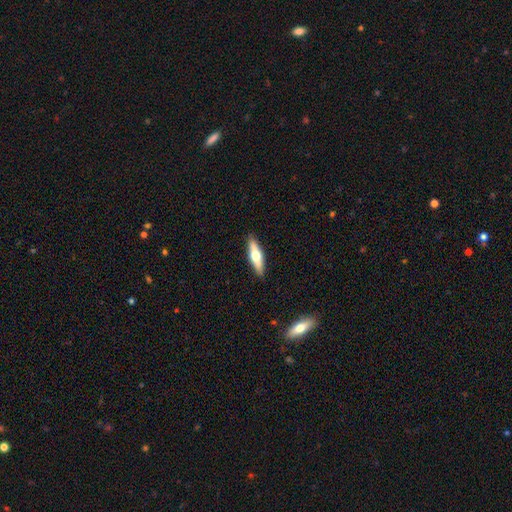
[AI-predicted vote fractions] This appears to be a featured or disk galaxy (52%) viewed edge-on (92%). Merging: none (90%).